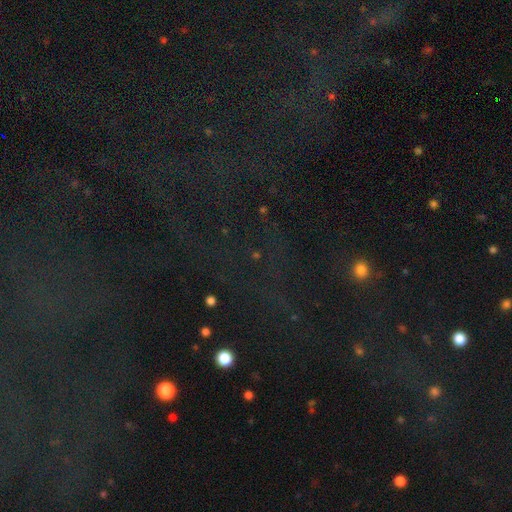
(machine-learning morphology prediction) This is likely a star or artifact rather than a galaxy (72%).